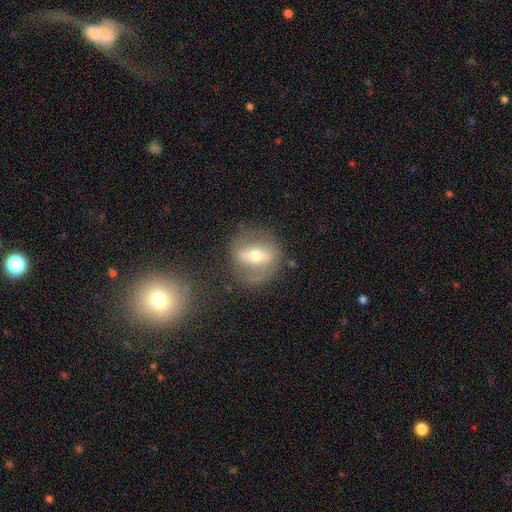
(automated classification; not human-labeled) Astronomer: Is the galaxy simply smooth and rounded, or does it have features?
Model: featured or disk — 66%.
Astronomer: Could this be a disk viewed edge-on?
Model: no — 90%.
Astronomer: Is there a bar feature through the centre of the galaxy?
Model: strong — 53% (runner-up: weak, 31%).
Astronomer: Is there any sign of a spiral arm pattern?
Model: yes — 64%.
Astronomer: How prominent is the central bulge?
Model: moderate — 65%.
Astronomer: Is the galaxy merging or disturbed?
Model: none — 69%.